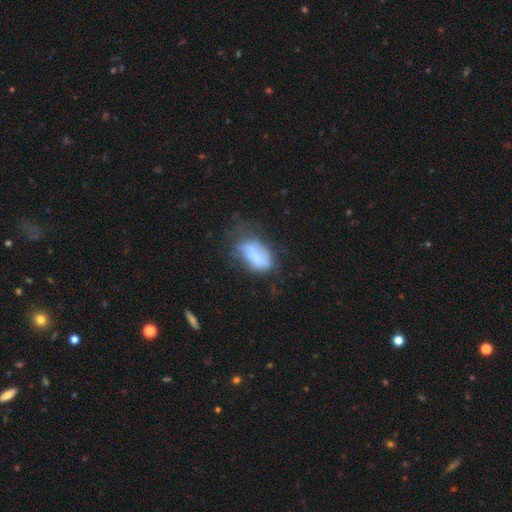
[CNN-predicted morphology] Overall: smooth (62%; featured or disk 28%). How rounded: in between (89%). Merging: none (37%; minor disturbance 31%).